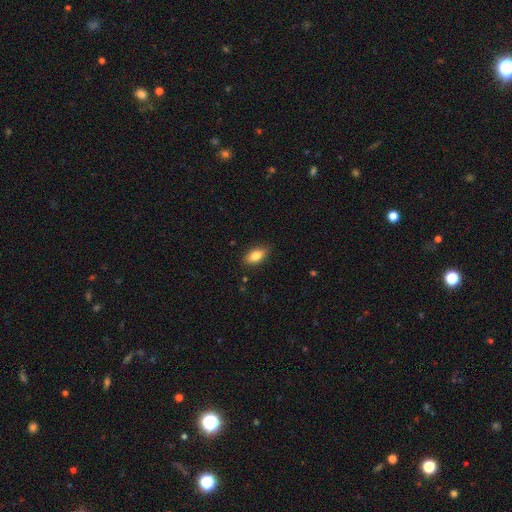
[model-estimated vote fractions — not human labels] Smooth or featured? smooth (82%)
How rounded? in between (87%)
Merging? none (85%)